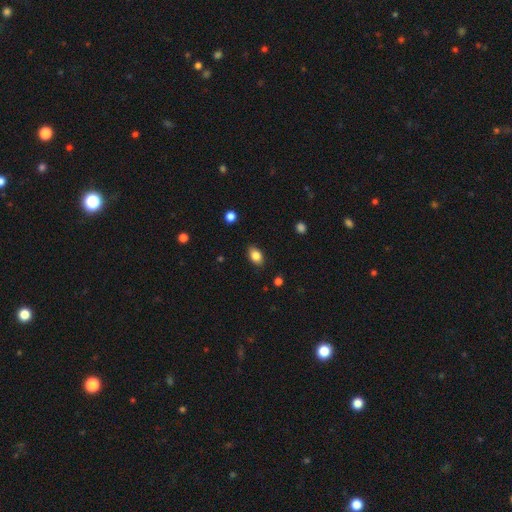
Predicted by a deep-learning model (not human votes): Overall: smooth (83%). How rounded: in between (84%). Merging: none (83%).